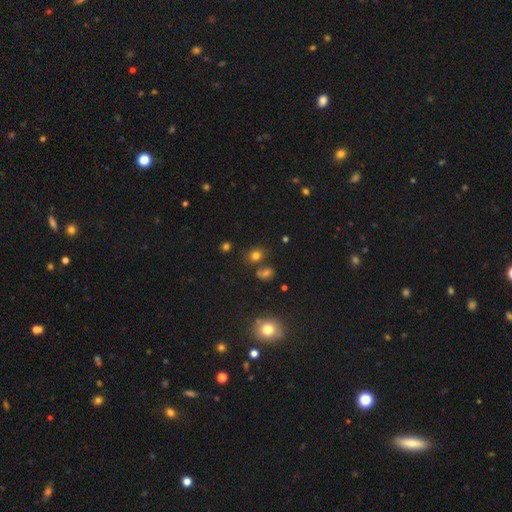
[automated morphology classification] type=smooth (74%); roundness=round (57%); merging=none (69%).